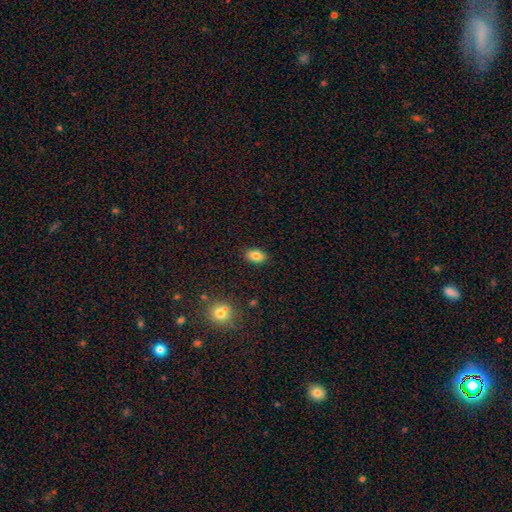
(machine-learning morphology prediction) A smooth galaxy with no disk features (82%) that is in between round and cigar-shaped (87%). Merging: none (87%).